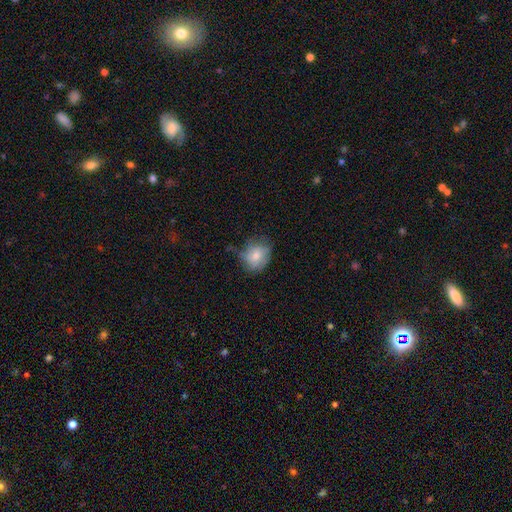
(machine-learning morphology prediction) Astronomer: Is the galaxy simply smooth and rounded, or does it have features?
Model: smooth — 66%.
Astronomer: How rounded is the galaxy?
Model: round — 61% (runner-up: in between, 38%).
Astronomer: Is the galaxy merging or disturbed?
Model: none — 52% (runner-up: minor disturbance, 33%).